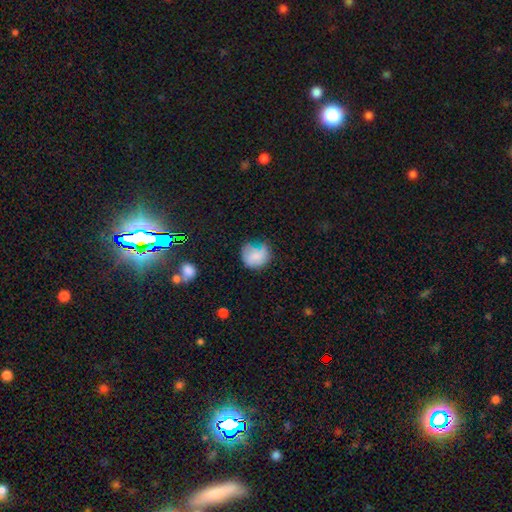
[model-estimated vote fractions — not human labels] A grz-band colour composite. It shows a smooth galaxy with no disk features (74%) that is round (72%). Merging: none (44%).